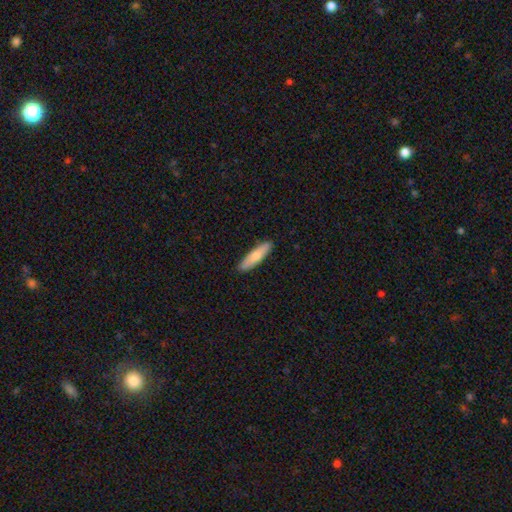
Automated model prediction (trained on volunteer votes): smooth 74%, featured or disk 21%, star or artifact 5%. Down the decision tree: how rounded — cigar-shaped (75%); merging — none (90%).